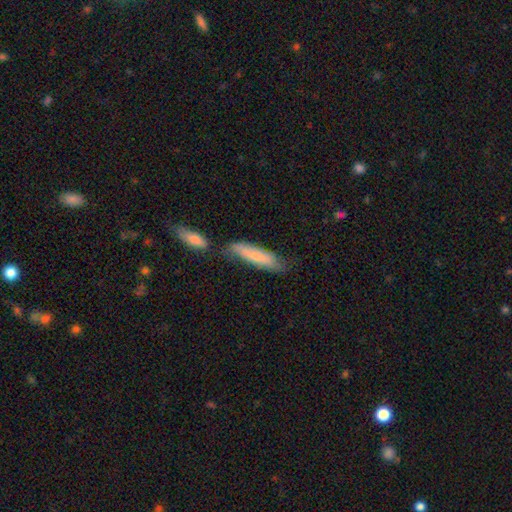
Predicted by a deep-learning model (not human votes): A smooth galaxy with no disk features (69%) that is cigar-shaped (72%). Merging: none (54%).